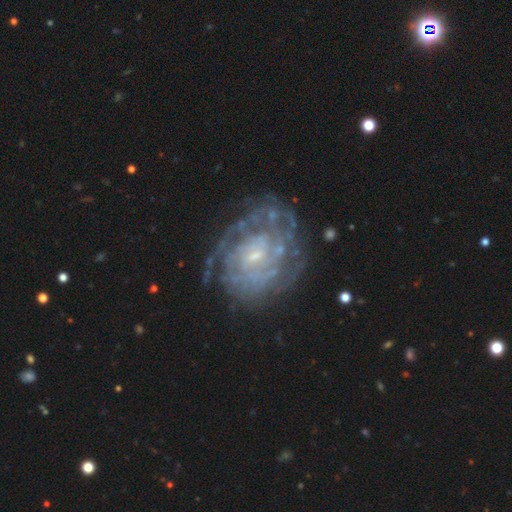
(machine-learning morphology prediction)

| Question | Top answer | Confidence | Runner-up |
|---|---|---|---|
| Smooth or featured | featured or disk | 84% | smooth (8%) |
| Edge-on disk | no | 97% | yes (3%) |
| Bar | no | 59% | weak (33%) |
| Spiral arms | yes | 88% | no (12%) |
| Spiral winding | tight | 72% | medium (22%) |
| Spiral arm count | can't tell | 49% | 2 (14%) |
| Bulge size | small | 74% | moderate (16%) |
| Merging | none | 71% | minor disturbance (17%) |